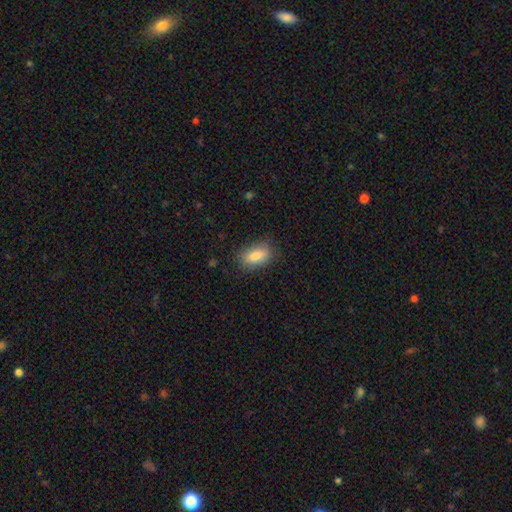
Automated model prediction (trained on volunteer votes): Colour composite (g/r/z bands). It shows a smooth galaxy with no disk features (83%) that is in between round and cigar-shaped (85%). Merging: none (83%).